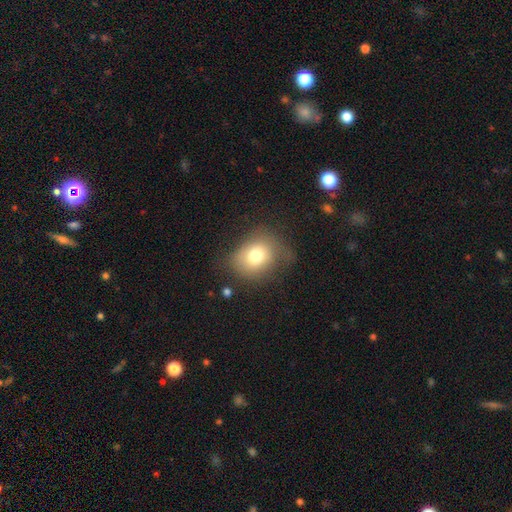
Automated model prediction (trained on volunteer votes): This is likely a smooth galaxy (75%). How rounded: possibly round (57%). Merging: possibly none (54%).